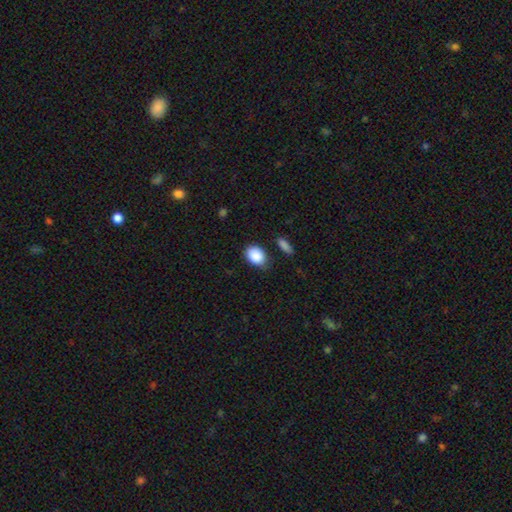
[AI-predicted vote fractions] Smooth or featured? smooth (89%)
How rounded? in between (72%)
Merging? none (73%)